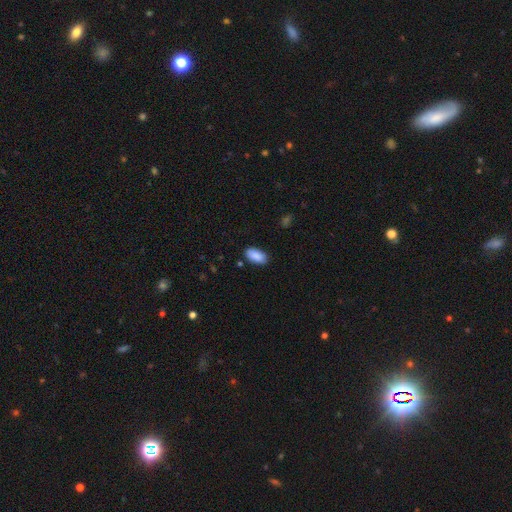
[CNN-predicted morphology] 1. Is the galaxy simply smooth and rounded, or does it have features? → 90% smooth, 6% star or artifact, 4% featured or disk.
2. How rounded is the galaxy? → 94% in between, 4% cigar-shaped, 3% round.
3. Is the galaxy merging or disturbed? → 84% none, 12% minor disturbance, 2% major disturbance, 1% merger.